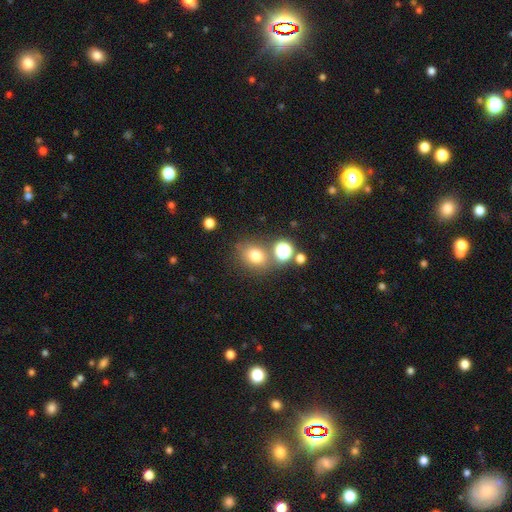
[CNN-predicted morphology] Overall: smooth (74%). How rounded: round (61%; in between 38%). Merging: none (69%).